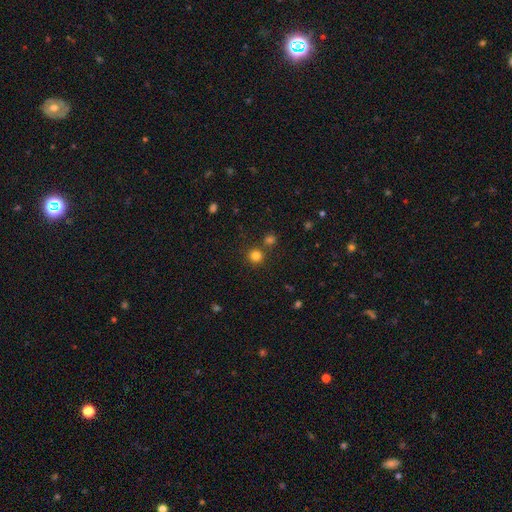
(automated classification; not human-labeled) smooth 79%, star or artifact 16%, featured or disk 5%. Down the decision tree: how rounded — round (92%); merging — none (77%).